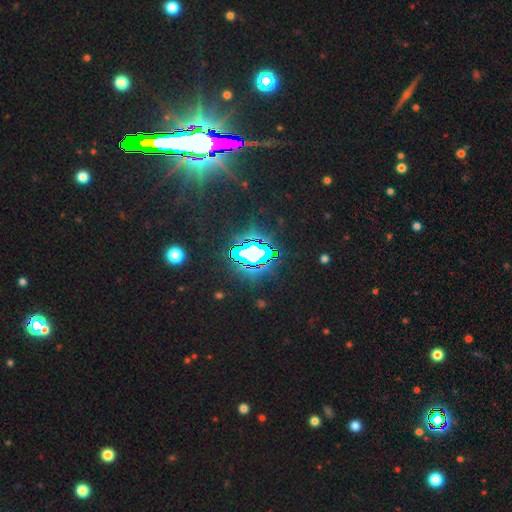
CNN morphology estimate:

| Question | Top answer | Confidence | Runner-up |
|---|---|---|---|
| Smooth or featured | star or artifact | 83% | featured or disk (9%) |